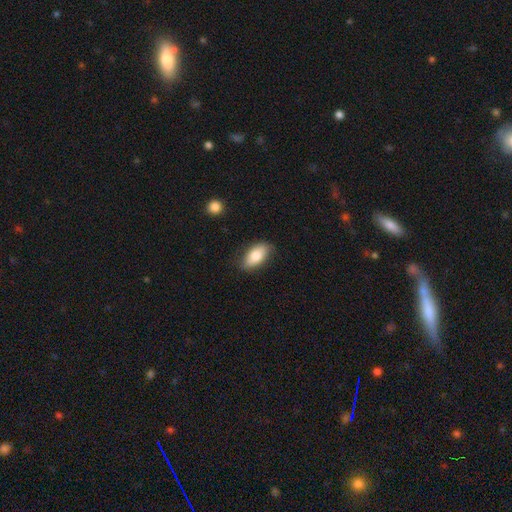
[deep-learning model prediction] This appears to be a smooth galaxy with no disk features (78%) that is in between round and cigar-shaped (91%). Merging: none (81%).